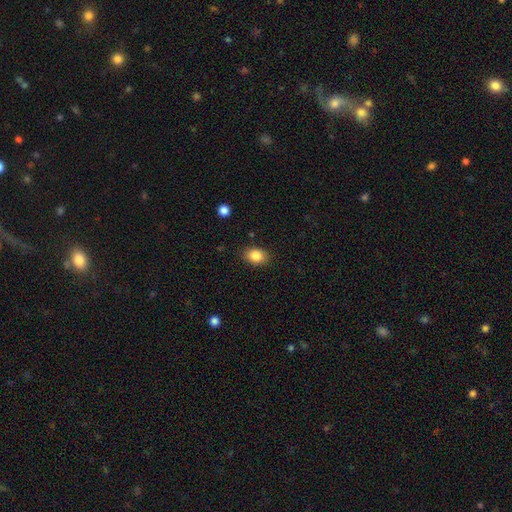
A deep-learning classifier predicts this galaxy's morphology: Q: Smooth or featured?
A: smooth (85%); runner-up: star or artifact (9%)
Q: How rounded?
A: in between (73%); runner-up: round (26%)
Q: Merging?
A: none (86%); runner-up: minor disturbance (10%)